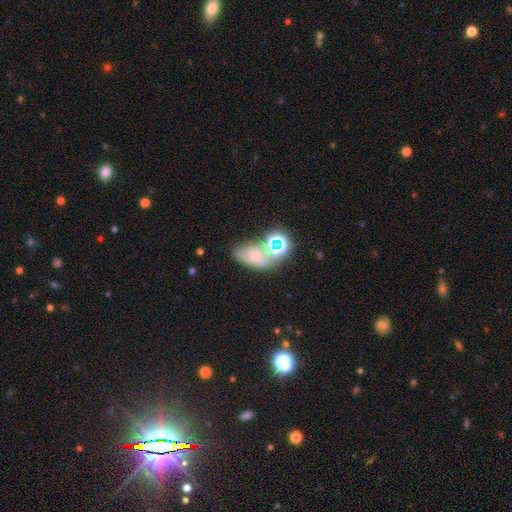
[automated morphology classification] Q: Smooth or featured?
A: smooth (51%); runner-up: star or artifact (26%)
Q: How rounded?
A: in between (76%); runner-up: round (21%)
Q: Merging?
A: none (42%); runner-up: merger (29%)